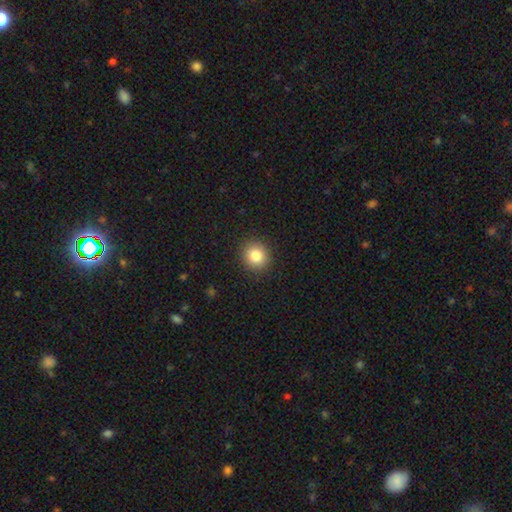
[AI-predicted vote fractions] smooth 83%, star or artifact 10%, featured or disk 7%. Down the decision tree: how rounded — round (85%); merging — none (91%).